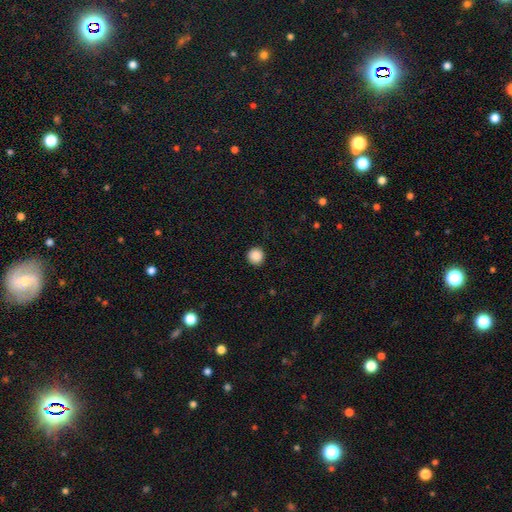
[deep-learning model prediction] Smooth or featured: smooth — 88% (star or artifact — 9%)
How rounded: round — 95% (in between — 4%)
Merging: none — 92% (minor disturbance — 5%)